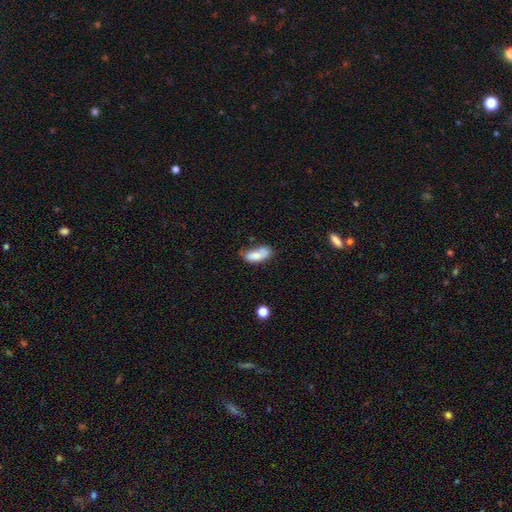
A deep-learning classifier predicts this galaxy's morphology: Smooth or featured? smooth (76%)
How rounded? in between (84%)
Merging? none (39%)